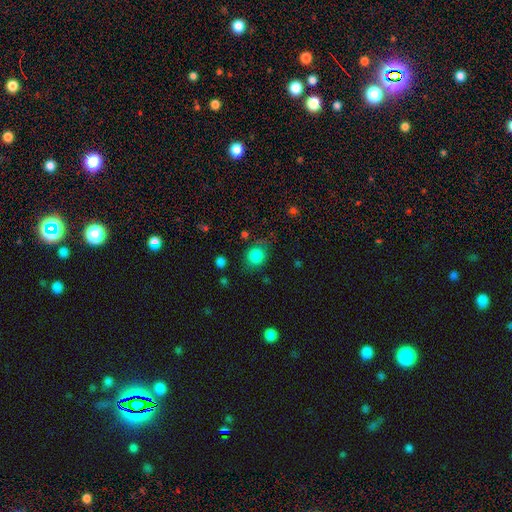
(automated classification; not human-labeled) This is clearly a smooth galaxy (84%). How rounded: likely round (77%). Merging: likely none (73%).